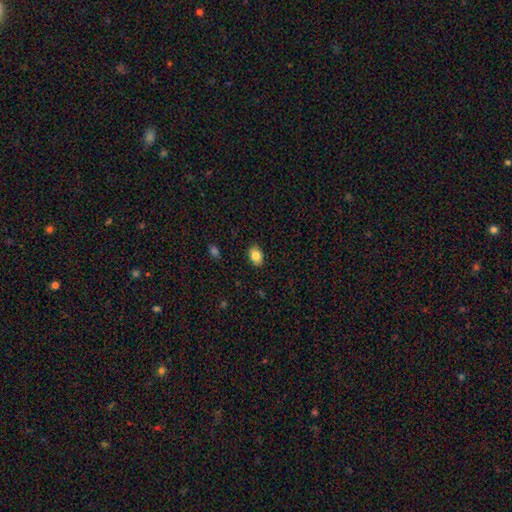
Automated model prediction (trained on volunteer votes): Smooth or featured? smooth (84%)
How rounded? in between (80%)
Merging? none (88%)